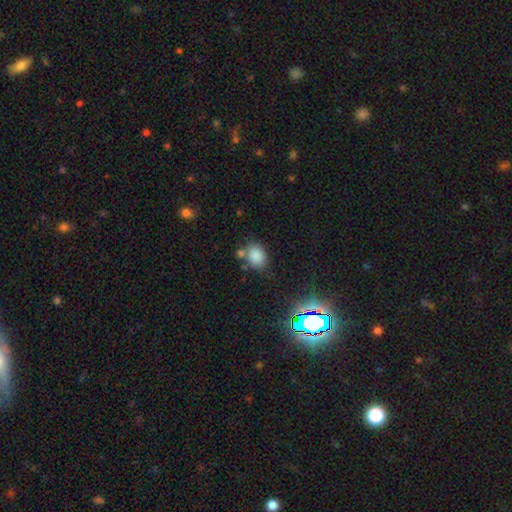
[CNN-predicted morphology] A smooth galaxy with no disk features (81%) that is in between round and cigar-shaped (64%).

Vote fractions:
- Smooth or featured? smooth: 81% / star or artifact: 13% / featured or disk: 6%
- How rounded? in between: 64% / round: 35% / cigar-shaped: 1%
- Merging? none: 65% / merger: 15% / minor disturbance: 15% / major disturbance: 5%